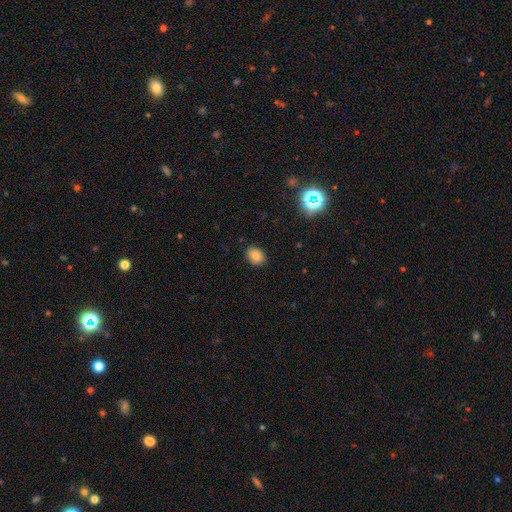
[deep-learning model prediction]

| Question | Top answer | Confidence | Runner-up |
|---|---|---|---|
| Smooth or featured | smooth | 82% | star or artifact (12%) |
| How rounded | in between | 62% | round (37%) |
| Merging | none | 87% | minor disturbance (9%) |